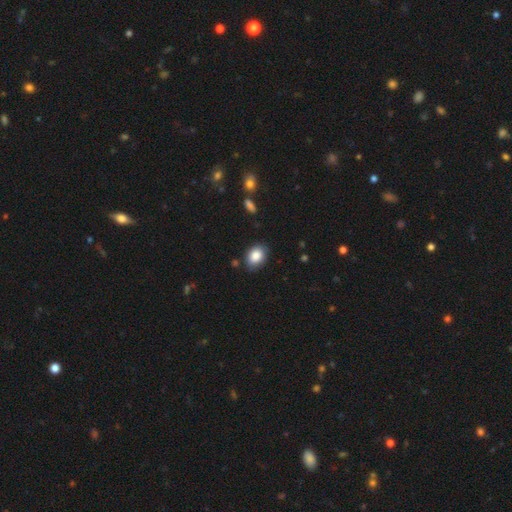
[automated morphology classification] Overall: smooth (86%). How rounded: in between (73%). Merging: none (79%).